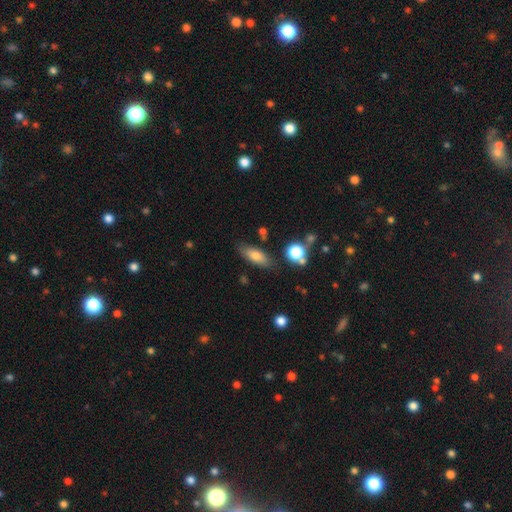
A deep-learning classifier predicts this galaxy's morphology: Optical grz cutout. It shows a smooth galaxy with no disk features (75%) that is in between round and cigar-shaped (70%). Merging: none (79%).